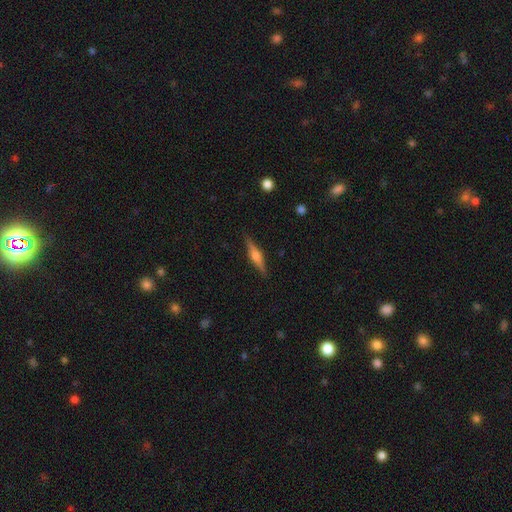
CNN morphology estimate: Smooth or featured?
  - featured or disk: 68% *
  - smooth: 25%
  - star or artifact: 6%
Edge-on disk?
  - yes: 97% *
  - no: 3%
Edge-on bulge?
  - rounded: 87% *
  - boxy: 10%
  - none: 3%
Merging?
  - none: 89% *
  - minor disturbance: 8%
  - major disturbance: 2%
  - merger: 1%